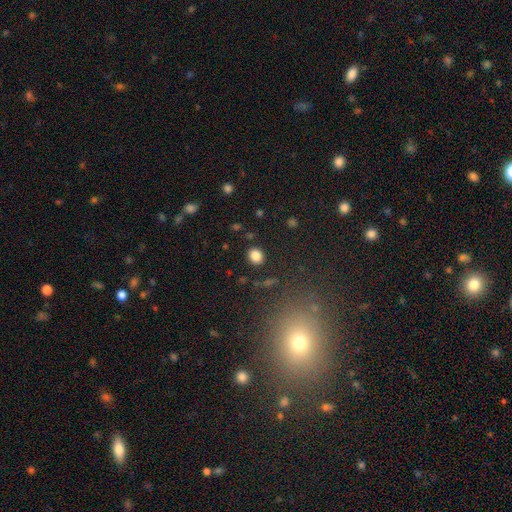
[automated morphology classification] Smooth or featured? Predicted: smooth (p=0.84). How rounded? Predicted: round (p=0.69). Merging? Predicted: none (p=0.89).